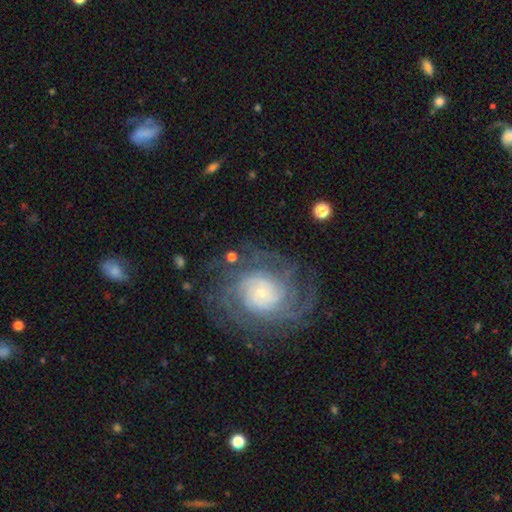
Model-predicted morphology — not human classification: Smooth or featured? Predicted: featured or disk (p=0.75). Edge-on disk? Predicted: no (p=0.97). Bar? Predicted: no (p=0.75). Spiral arms? Predicted: yes (p=0.92). Spiral winding? Predicted: tight (p=0.63). Spiral arm count? Predicted: can't tell (p=0.37). Bulge size? Predicted: small (p=0.33). Merging? Predicted: none (p=0.77).